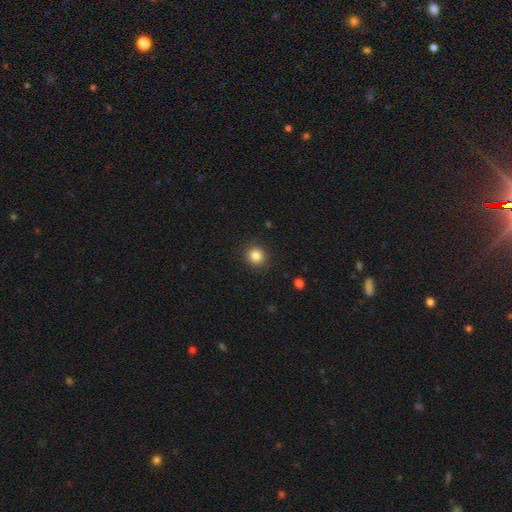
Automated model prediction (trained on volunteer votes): smooth 85%, star or artifact 11%, featured or disk 5%. Down the decision tree: how rounded — round (86%); merging — none (90%).